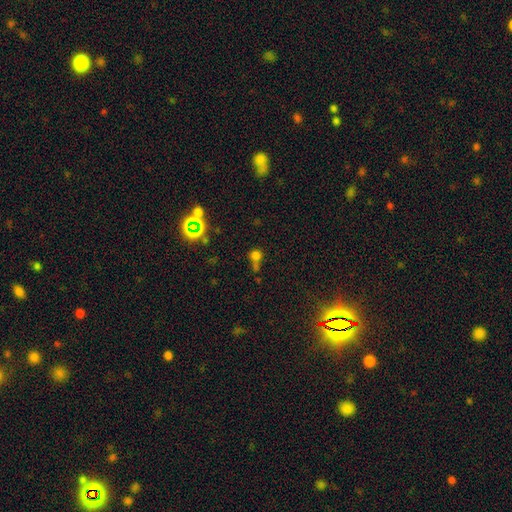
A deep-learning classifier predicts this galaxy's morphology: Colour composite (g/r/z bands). It shows a smooth galaxy with no disk features (61%) that is round (82%). Merging: none (45%).